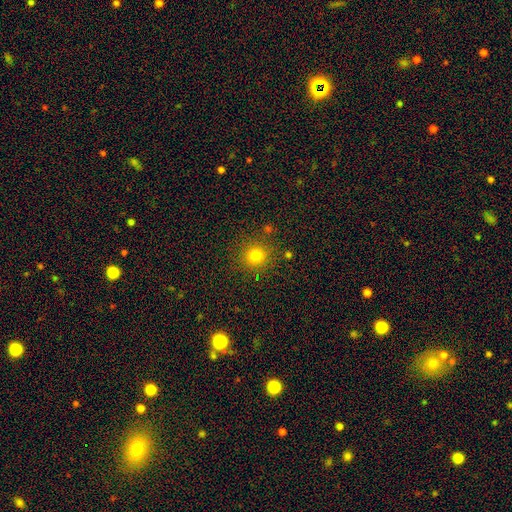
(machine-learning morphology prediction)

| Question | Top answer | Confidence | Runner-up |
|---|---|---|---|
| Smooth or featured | smooth | 79% | star or artifact (15%) |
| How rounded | round | 91% | in between (8%) |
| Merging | none | 86% | minor disturbance (8%) |